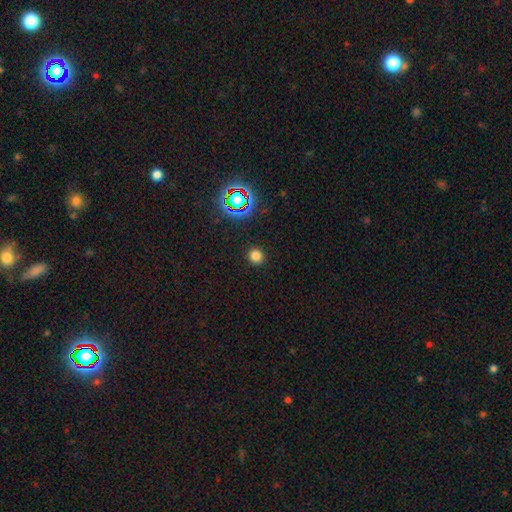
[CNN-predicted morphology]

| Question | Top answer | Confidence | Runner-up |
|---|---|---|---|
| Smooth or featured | smooth | 77% | star or artifact (19%) |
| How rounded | round | 85% | in between (14%) |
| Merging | none | 91% | minor disturbance (6%) |